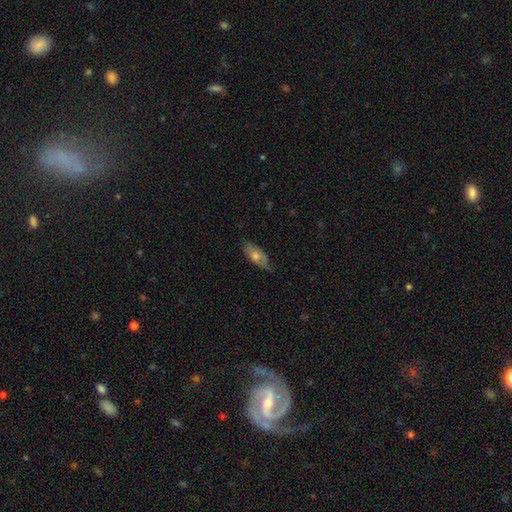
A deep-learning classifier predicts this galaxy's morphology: A smooth galaxy with no disk features (59%) that is in between round and cigar-shaped (83%). Merging: none (73%).